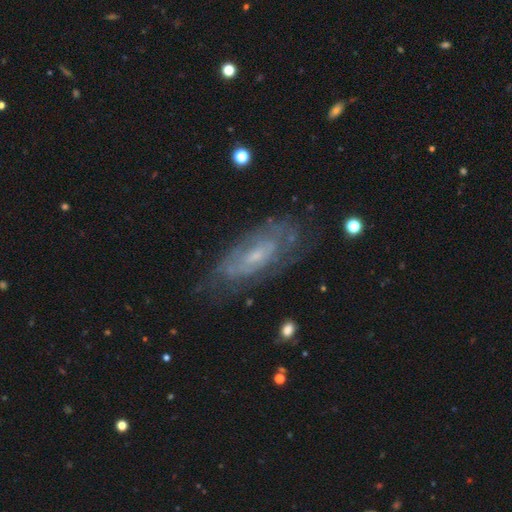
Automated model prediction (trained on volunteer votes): The model was most divided on "bar": no: 65%, weak: 30%, strong: 5%. More confident: edge-on disk — no (88%); smooth or featured — featured or disk (69%); spiral arms — yes (68%); merging — none (67%); bulge size — small (64%).